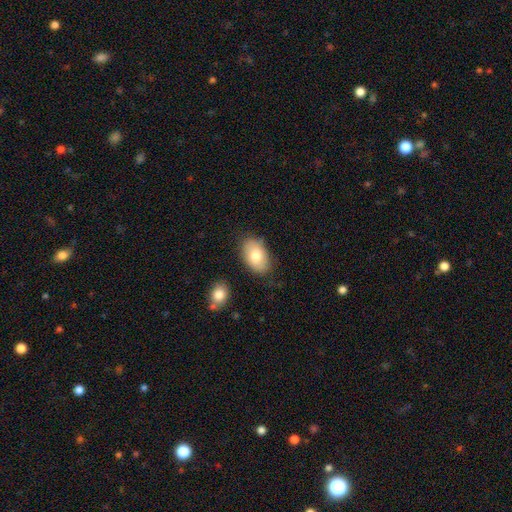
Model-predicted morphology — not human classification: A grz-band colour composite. It shows a smooth galaxy with no disk features (78%) that is in between round and cigar-shaped (92%). Merging: none (80%).